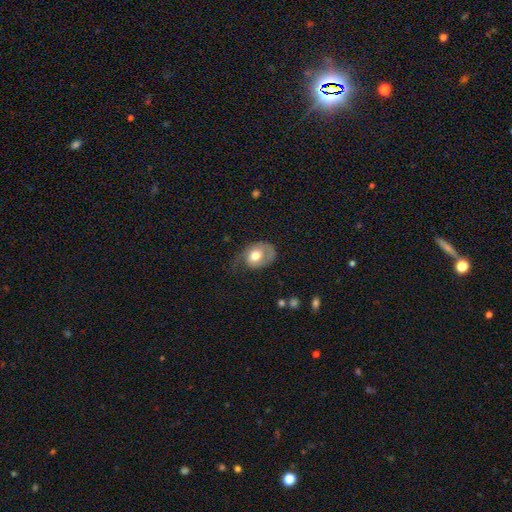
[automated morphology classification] smooth-or-featured: smooth: 55% | featured or disk: 39% | star or artifact: 6%
  how-rounded: in between: 63% | round: 36% | cigar-shaped: 1%
  merging: none: 37% | minor disturbance: 31% | major disturbance: 30% | merger: 2%